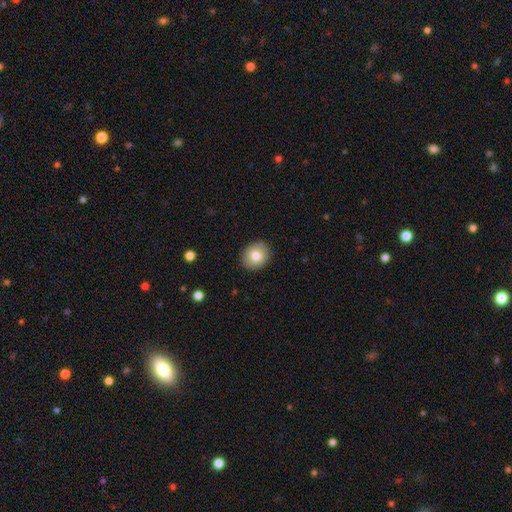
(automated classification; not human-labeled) smooth-or-featured: smooth: 81% | featured or disk: 11% | star or artifact: 8%
  how-rounded: round: 68% | in between: 31% | cigar-shaped: 1%
  merging: none: 90% | minor disturbance: 7% | major disturbance: 2% | merger: 1%